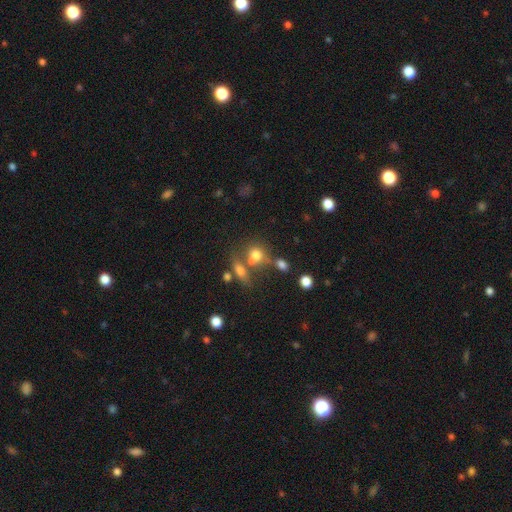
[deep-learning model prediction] Smooth or featured?
  - smooth: 72% *
  - star or artifact: 14%
  - featured or disk: 14%
How rounded?
  - round: 70% *
  - in between: 27%
  - cigar-shaped: 2%
Merging?
  - none: 44% *
  - merger: 36%
  - minor disturbance: 12%
  - major disturbance: 7%